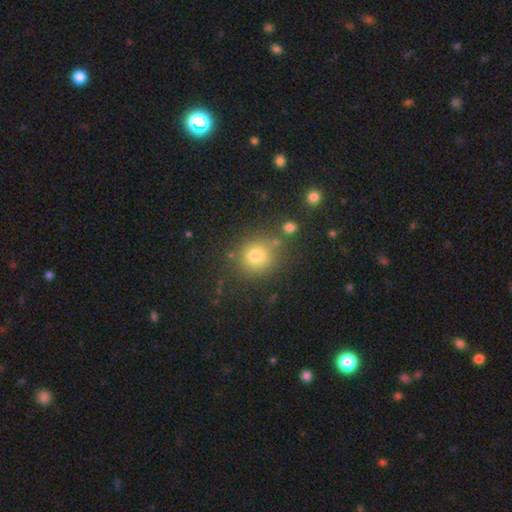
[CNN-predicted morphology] Smooth or featured?
  - smooth: 75% *
  - star or artifact: 15%
  - featured or disk: 9%
How rounded?
  - round: 81% *
  - in between: 18%
  - cigar-shaped: 1%
Merging?
  - none: 74% *
  - minor disturbance: 12%
  - merger: 9%
  - major disturbance: 5%